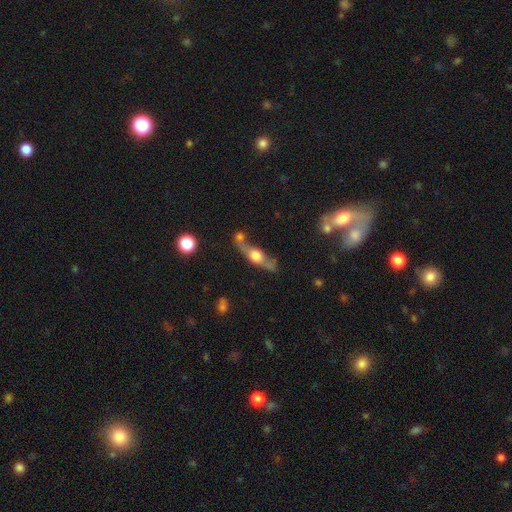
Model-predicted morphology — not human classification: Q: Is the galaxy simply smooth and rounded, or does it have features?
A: featured or disk — 58%.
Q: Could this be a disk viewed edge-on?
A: yes — 77%.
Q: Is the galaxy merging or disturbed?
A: none — 45%.